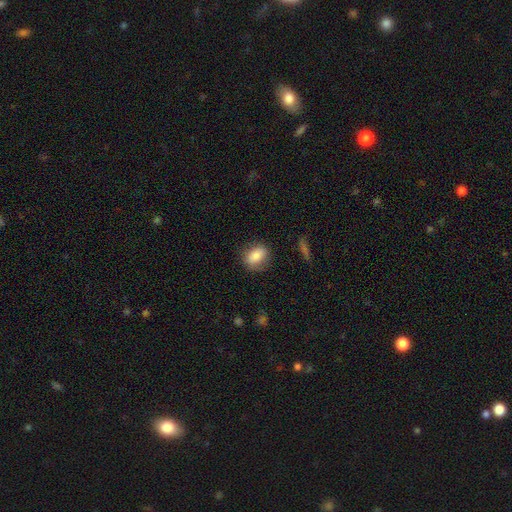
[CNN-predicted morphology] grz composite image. It shows a smooth galaxy with no disk features (84%) that is in between round and cigar-shaped (74%). Merging: none (78%).